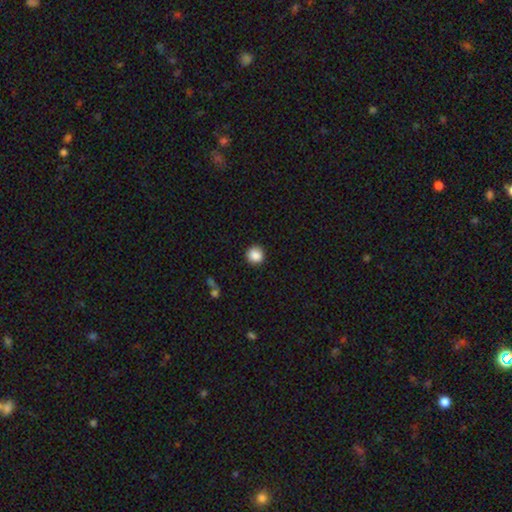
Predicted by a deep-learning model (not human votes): Morphology: type=smooth (87%); roundness=round (90%); merging=none (89%).